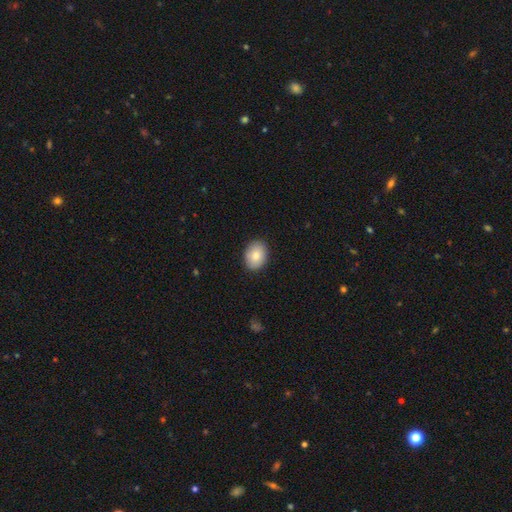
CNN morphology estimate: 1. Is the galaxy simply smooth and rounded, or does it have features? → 86% smooth, 7% featured or disk, 7% star or artifact.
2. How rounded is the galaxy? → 68% in between, 31% round, 1% cigar-shaped.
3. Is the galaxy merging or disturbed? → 89% none, 8% minor disturbance, 2% major disturbance, 1% merger.